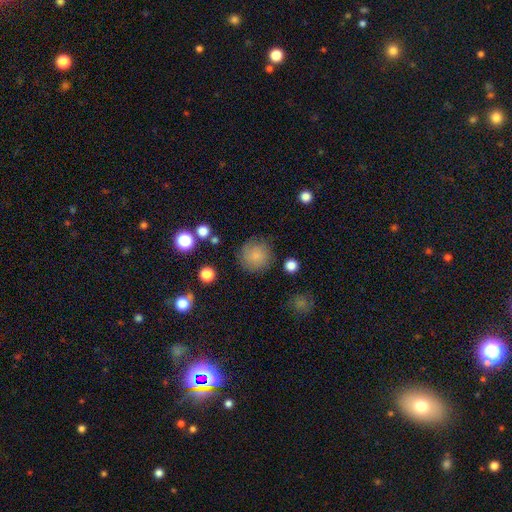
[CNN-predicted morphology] Smooth or featured? Predicted: smooth (p=0.81). How rounded? Predicted: round (p=0.94). Merging? Predicted: none (p=0.82).